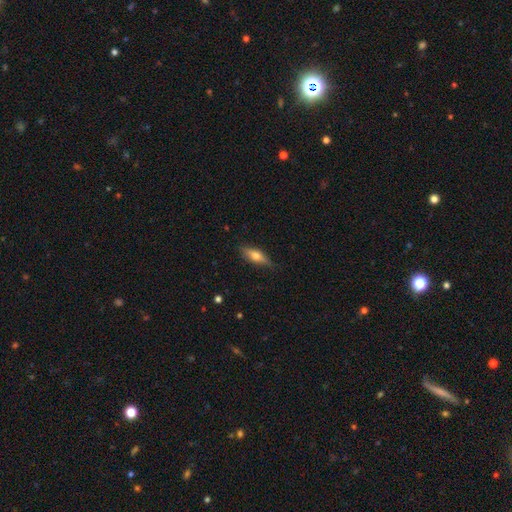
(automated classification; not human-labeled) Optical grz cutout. It shows a smooth galaxy with no disk features (57%) that is in between round and cigar-shaped (56%). Merging: none (77%).